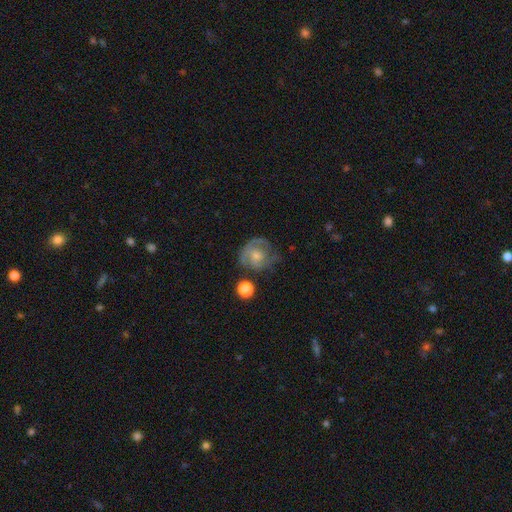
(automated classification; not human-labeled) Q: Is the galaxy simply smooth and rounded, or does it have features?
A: featured or disk — 56%.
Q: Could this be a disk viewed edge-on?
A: no — 97%.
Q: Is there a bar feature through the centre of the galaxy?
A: no — 73%.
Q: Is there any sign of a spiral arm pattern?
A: yes — 74%.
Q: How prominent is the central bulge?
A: small — 42%.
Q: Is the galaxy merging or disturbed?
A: none — 50%.